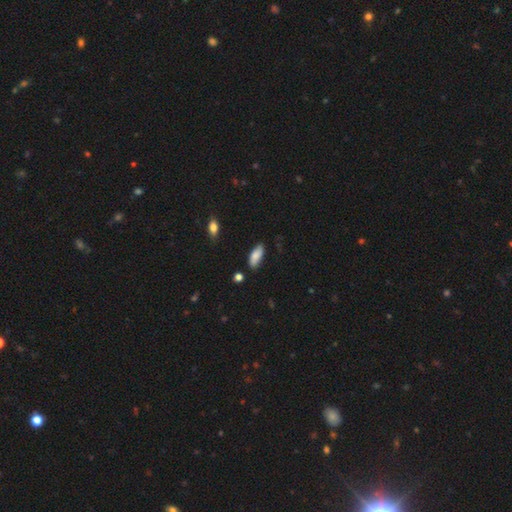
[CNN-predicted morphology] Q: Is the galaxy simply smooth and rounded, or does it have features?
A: smooth — 82%.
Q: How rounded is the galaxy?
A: in between — 83%.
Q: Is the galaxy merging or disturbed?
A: none — 78%.